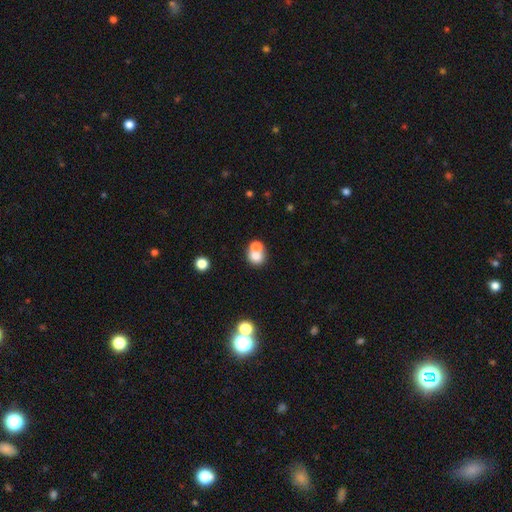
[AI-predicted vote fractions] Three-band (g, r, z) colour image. It shows a smooth galaxy with no disk features (74%) that is round (73%). Merging: merger (53%).